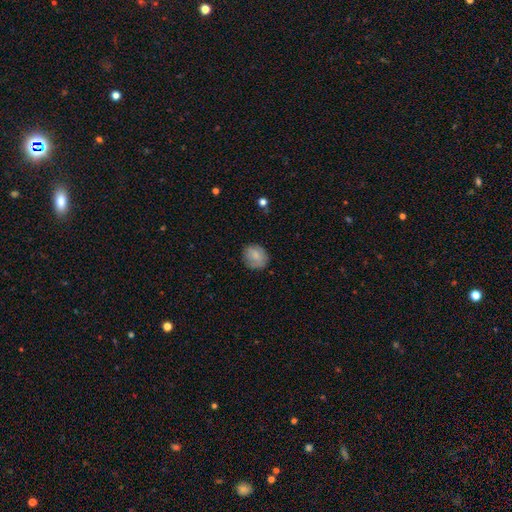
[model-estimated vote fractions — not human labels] Smooth or featured?
  - smooth: 80% *
  - featured or disk: 12%
  - star or artifact: 8%
How rounded?
  - round: 67% *
  - in between: 32%
  - cigar-shaped: 1%
Merging?
  - none: 77% *
  - minor disturbance: 18%
  - major disturbance: 4%
  - merger: 1%